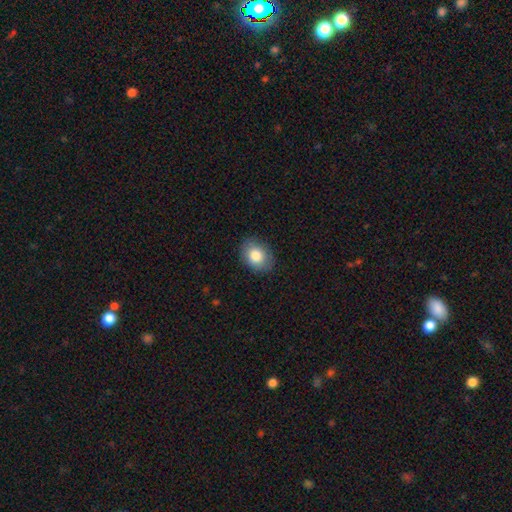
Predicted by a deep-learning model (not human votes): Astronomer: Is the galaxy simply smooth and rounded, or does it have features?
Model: smooth — 83%.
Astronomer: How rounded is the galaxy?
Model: in between — 65%.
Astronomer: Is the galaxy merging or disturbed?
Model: none — 86%.